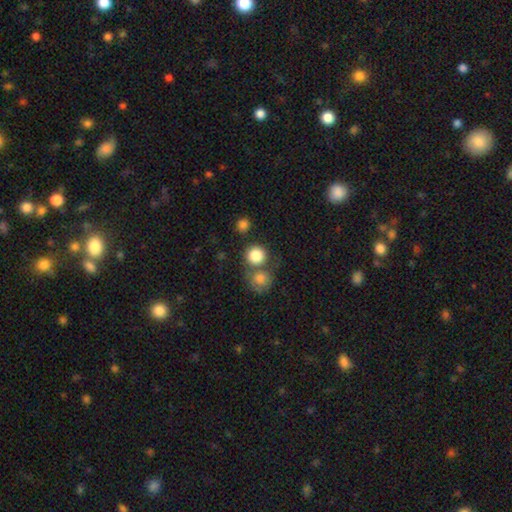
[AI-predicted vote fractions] Smooth or featured?
  - smooth: 85% *
  - star or artifact: 9%
  - featured or disk: 7%
How rounded?
  - round: 89% *
  - in between: 10%
  - cigar-shaped: 1%
Merging?
  - none: 56% *
  - merger: 31%
  - minor disturbance: 9%
  - major disturbance: 4%